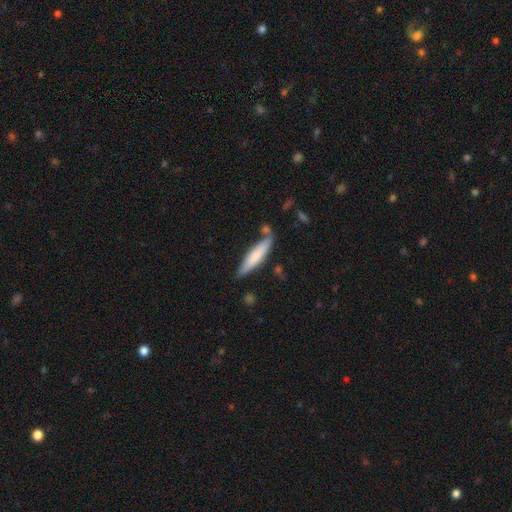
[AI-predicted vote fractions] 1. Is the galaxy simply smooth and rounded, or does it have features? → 72% smooth, 22% featured or disk, 5% star or artifact.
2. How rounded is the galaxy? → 82% cigar-shaped, 17% in between, 1% round.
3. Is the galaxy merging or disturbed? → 73% none, 17% minor disturbance, 7% merger, 4% major disturbance.